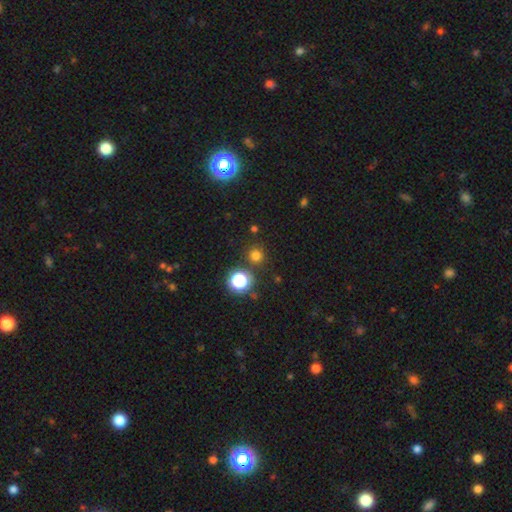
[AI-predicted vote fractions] Smooth or featured? Predicted: smooth (p=0.72). How rounded? Predicted: round (p=0.94). Merging? Predicted: none (p=0.85).